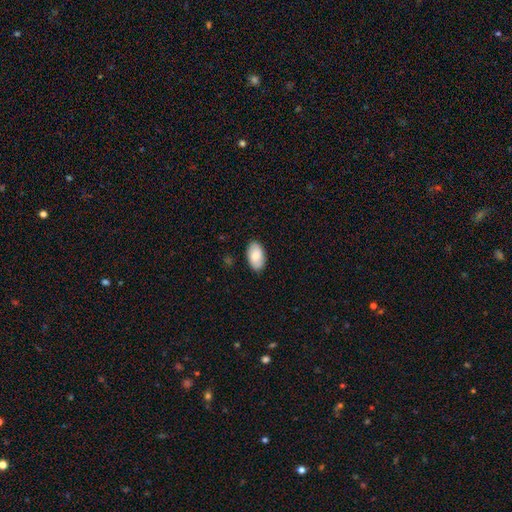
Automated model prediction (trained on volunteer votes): Overall: smooth (79%). How rounded: in between (95%). Merging: none (86%).